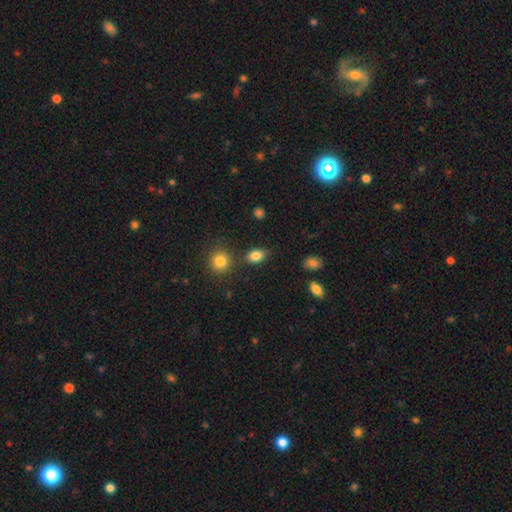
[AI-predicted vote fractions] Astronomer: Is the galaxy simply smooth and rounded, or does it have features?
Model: smooth — 84%.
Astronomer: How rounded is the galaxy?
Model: in between — 79%.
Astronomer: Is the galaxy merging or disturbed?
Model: none — 78%.